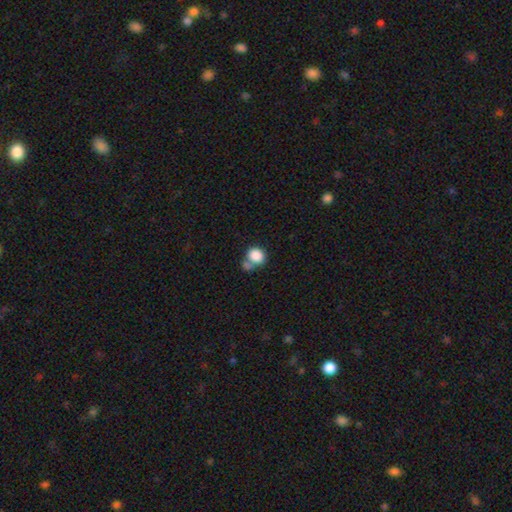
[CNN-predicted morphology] smooth-or-featured: smooth: 85% | star or artifact: 9% | featured or disk: 6%
  how-rounded: round: 70% | in between: 29% | cigar-shaped: 1%
  merging: none: 43% | merger: 38% | minor disturbance: 13% | major disturbance: 7%